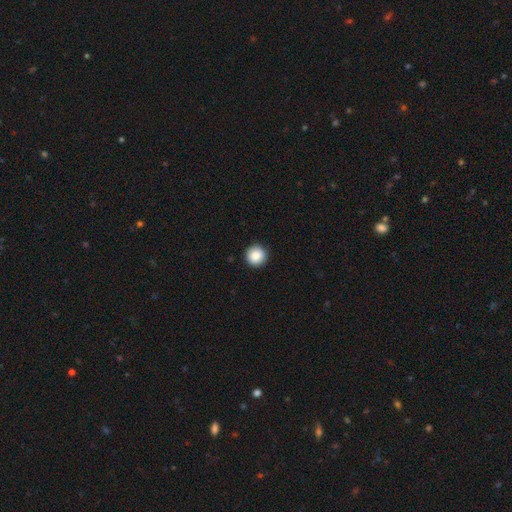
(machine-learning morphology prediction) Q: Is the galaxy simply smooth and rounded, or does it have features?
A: smooth — 87%.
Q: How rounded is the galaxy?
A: round — 96%.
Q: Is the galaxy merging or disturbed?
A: none — 93%.